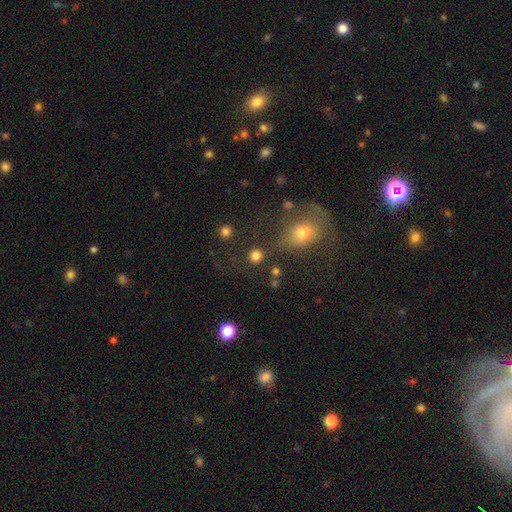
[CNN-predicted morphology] This appears to be a smooth galaxy with no disk features (81%) that is round (91%). Merging: none (81%).